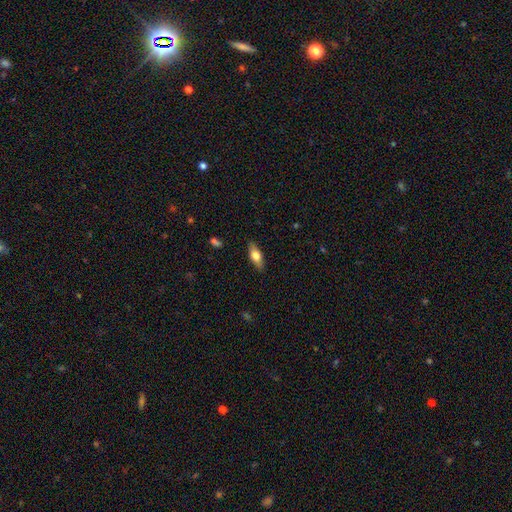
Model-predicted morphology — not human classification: type=smooth (63%); roundness=in between (69%); merging=none (87%).